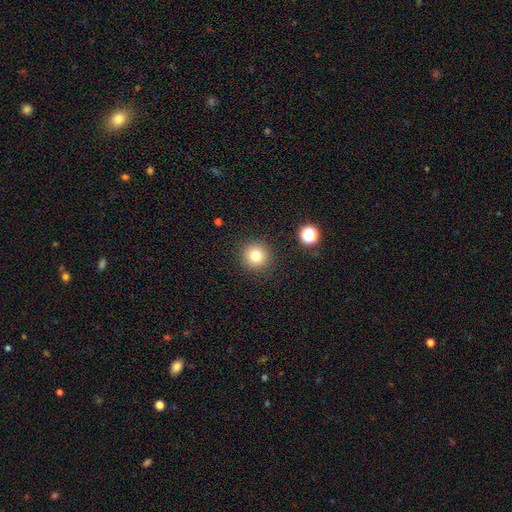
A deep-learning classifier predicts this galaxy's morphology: smooth-or-featured: smooth: 78% | star or artifact: 13% | featured or disk: 8%
  how-rounded: round: 95% | in between: 4% | cigar-shaped: 1%
  merging: none: 90% | minor disturbance: 6% | major disturbance: 2% | merger: 2%